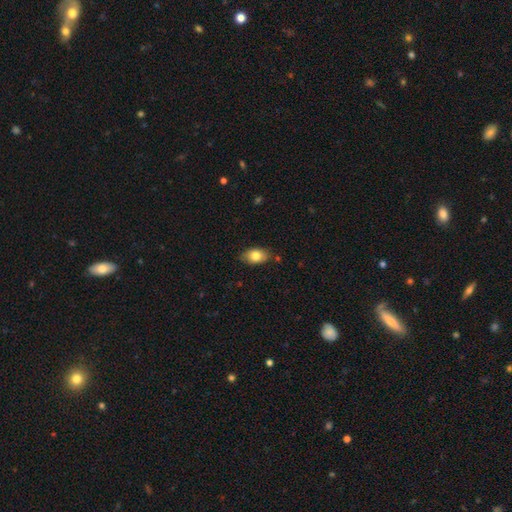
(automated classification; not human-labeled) smooth_or_featured: smooth (p=0.80) [alt: featured or disk p=0.12]
how_rounded: in between (p=0.89) [alt: round p=0.09]
merging: none (p=0.82) [alt: minor disturbance p=0.14]